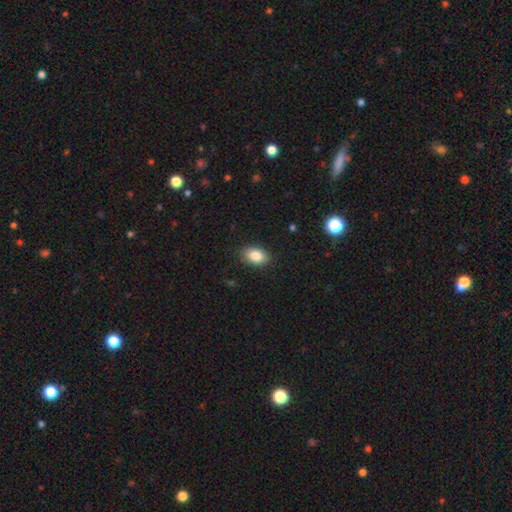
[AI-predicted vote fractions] Smooth or featured? smooth (86%)
How rounded? in between (88%)
Merging? none (87%)